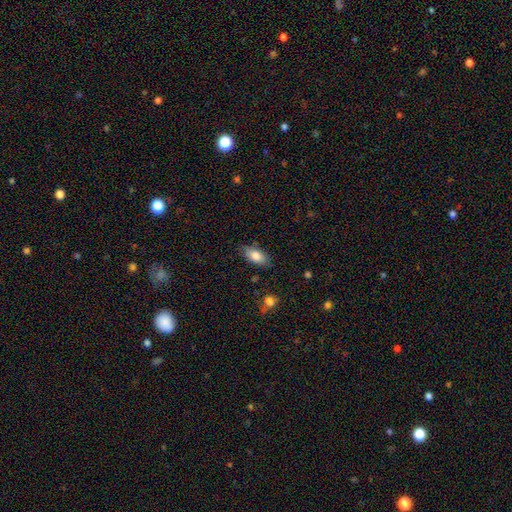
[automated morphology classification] The model was most divided on "merging": none: 81%, minor disturbance: 14%, major disturbance: 3%, merger: 2%. More confident: how rounded — in between (89%); smooth or featured — smooth (81%).